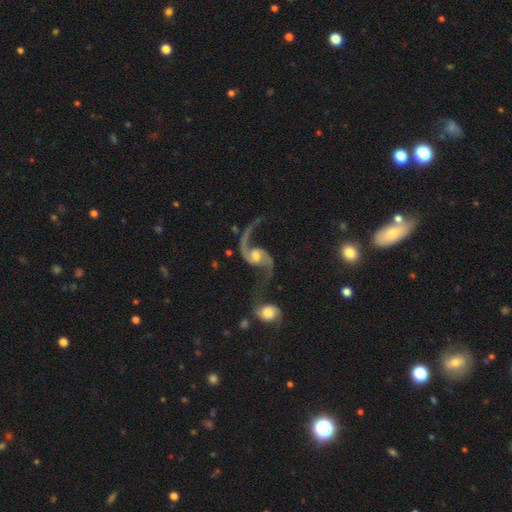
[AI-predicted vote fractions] This is clearly a featured or disk galaxy (92%). It is clearly not viewed edge-on (98%). Bar: marginally no (44%). Spiral arm pattern: clearly yes (97%). Spiral arm count: clearly 2 (93%). Spiral winding: clearly loose (81%). Central bulge: possibly moderate (59%). Merging: possibly none (50%).